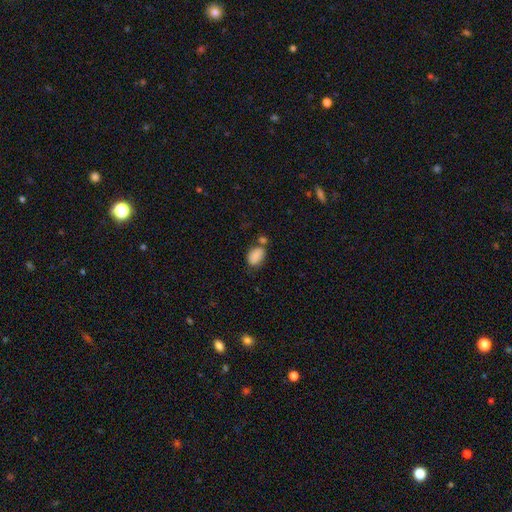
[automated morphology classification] A smooth galaxy with no disk features (85%) that is in between round and cigar-shaped (84%).

Vote fractions:
- Smooth or featured? smooth: 85% / star or artifact: 9% / featured or disk: 6%
- How rounded? in between: 84% / round: 14% / cigar-shaped: 1%
- Merging? none: 50% / merger: 23% / minor disturbance: 20% / major disturbance: 7%